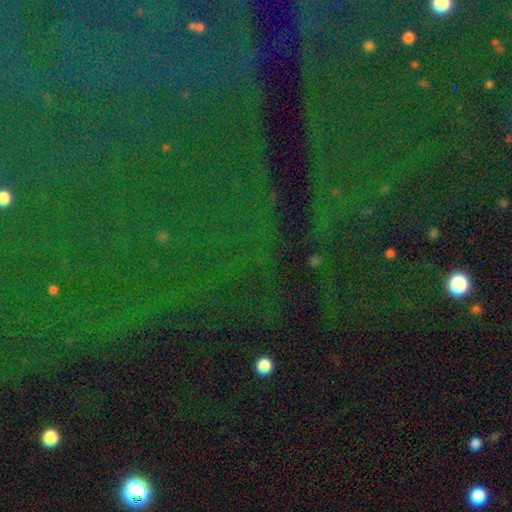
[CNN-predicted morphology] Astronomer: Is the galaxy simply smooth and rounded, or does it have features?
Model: star or artifact — 83%.